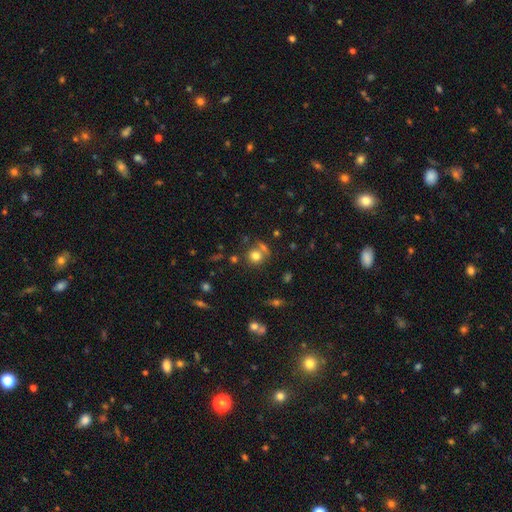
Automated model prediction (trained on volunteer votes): Morphology: type=smooth (75%); roundness=round (84%); merging=none (59%).